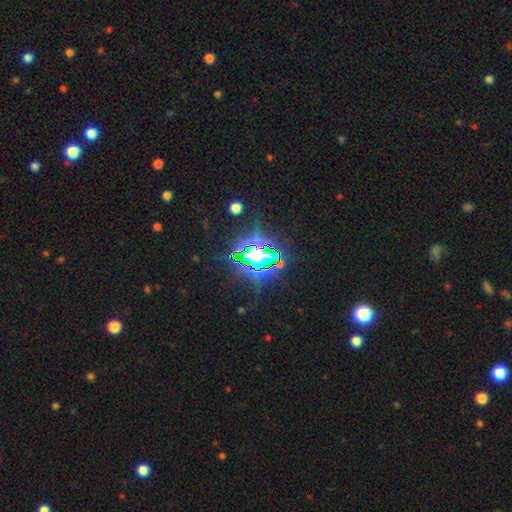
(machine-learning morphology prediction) This appears to be a star or artifact, not a galaxy (75%).